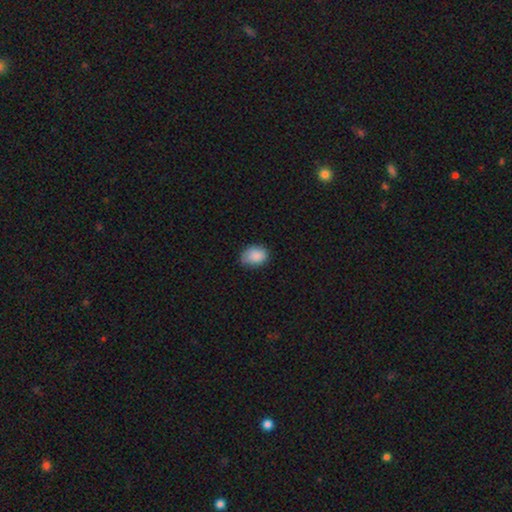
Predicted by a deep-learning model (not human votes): Smooth or featured: smooth — 88% (star or artifact — 8%)
How rounded: in between — 69% (round — 30%)
Merging: none — 69% (minor disturbance — 25%)